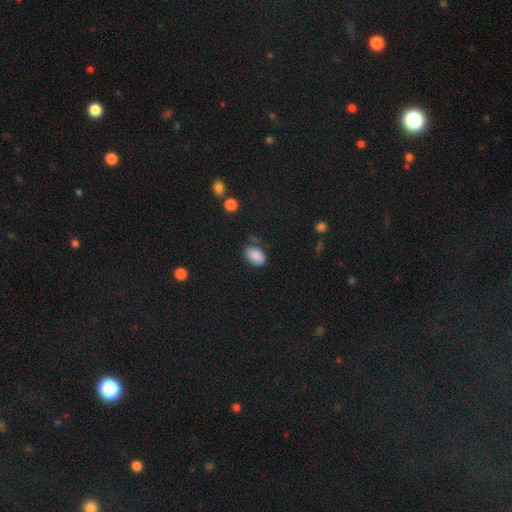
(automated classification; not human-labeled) This appears to be a smooth galaxy with no disk features (88%) that is in between round and cigar-shaped (87%). Merging: none (72%).